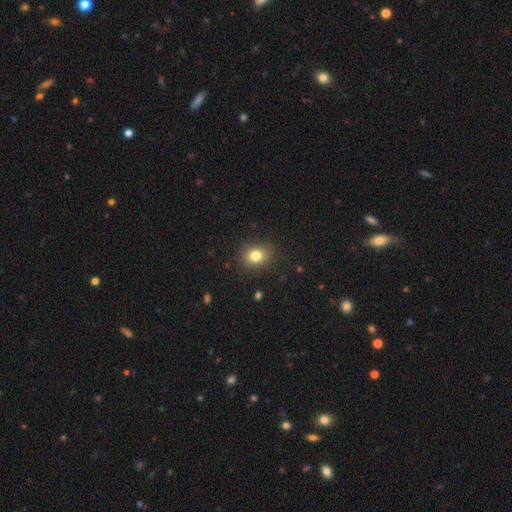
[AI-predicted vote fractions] Smooth or featured? smooth (82%)
How rounded? round (53%)
Merging? none (86%)